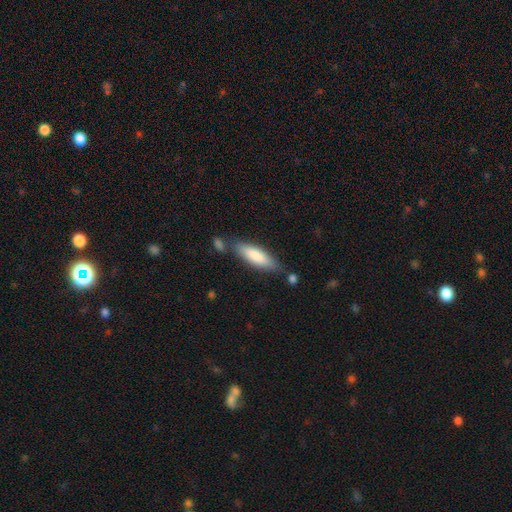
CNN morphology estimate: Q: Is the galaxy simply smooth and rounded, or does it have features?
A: smooth — 82%.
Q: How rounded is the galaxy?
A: cigar-shaped — 54%.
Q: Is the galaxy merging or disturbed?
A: none — 69%.